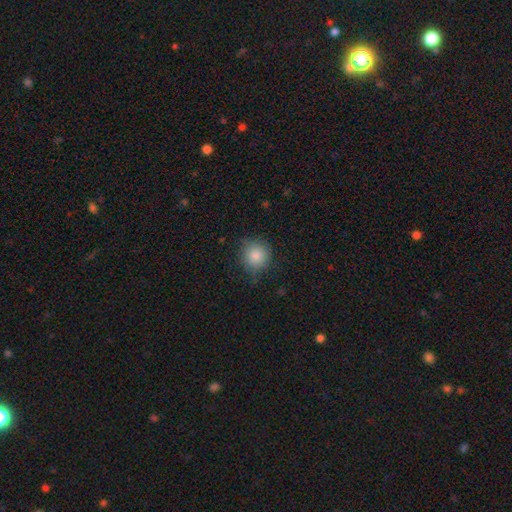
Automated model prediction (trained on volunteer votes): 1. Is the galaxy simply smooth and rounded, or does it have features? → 86% smooth, 9% star or artifact, 5% featured or disk.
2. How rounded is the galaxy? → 92% round, 7% in between, 1% cigar-shaped.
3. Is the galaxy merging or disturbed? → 79% none, 16% minor disturbance, 4% major disturbance, 1% merger.